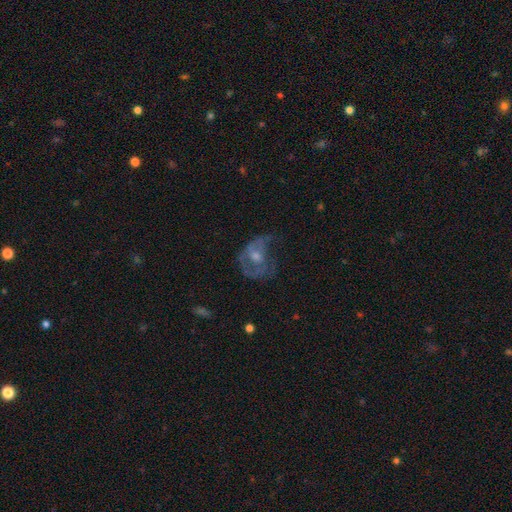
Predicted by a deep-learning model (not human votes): Smooth or featured? featured or disk (66%)
Edge-on disk? no (97%)
Bar? no (70%)
Spiral arms? yes (58%)
Bulge size? moderate (57%)
Merging? major disturbance (39%)